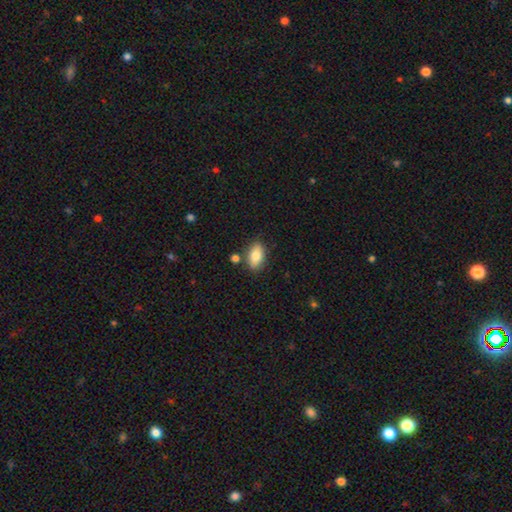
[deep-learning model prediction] smooth 80%, featured or disk 12%, star or artifact 8%. Down the decision tree: how rounded — in between (89%); merging — none (79%).